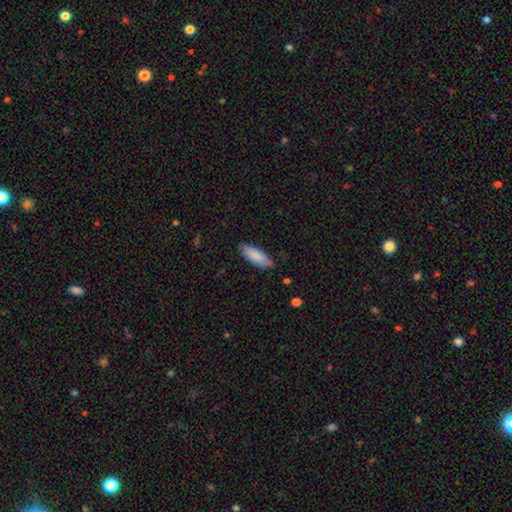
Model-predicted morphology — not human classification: smooth_or_featured: smooth (p=0.85) [alt: featured or disk p=0.09]
how_rounded: in between (p=0.64) [alt: cigar-shaped p=0.34]
merging: none (p=0.80) [alt: minor disturbance p=0.16]